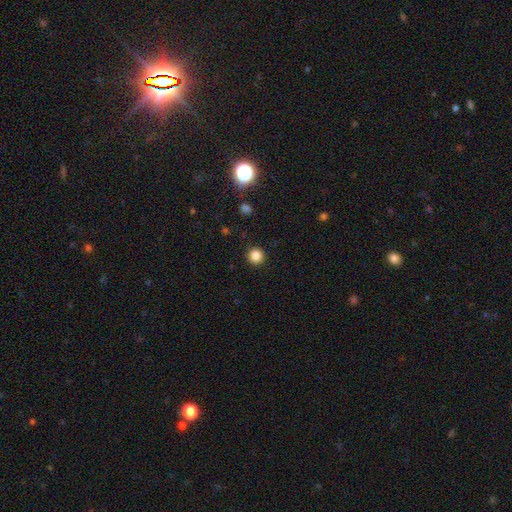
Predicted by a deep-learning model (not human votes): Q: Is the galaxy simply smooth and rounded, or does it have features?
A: smooth — 85%.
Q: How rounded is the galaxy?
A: round — 94%.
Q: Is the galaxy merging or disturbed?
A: none — 92%.